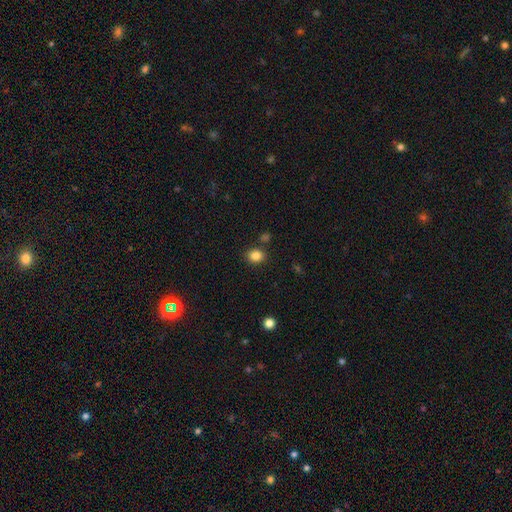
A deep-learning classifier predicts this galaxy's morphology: This appears to be a smooth galaxy with no disk features (84%) that is round (66%). Merging: none (83%).